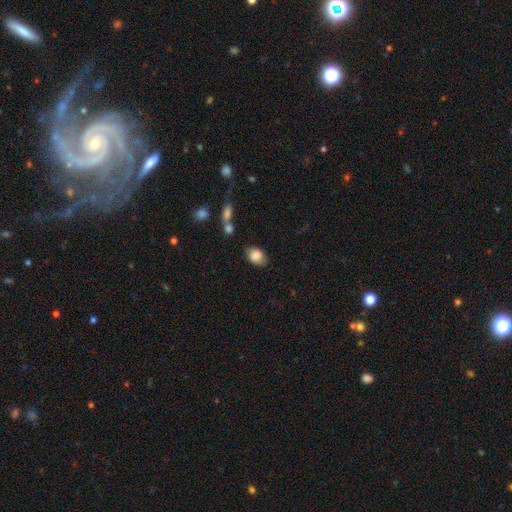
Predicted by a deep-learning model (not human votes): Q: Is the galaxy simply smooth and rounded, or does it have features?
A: smooth — 85%.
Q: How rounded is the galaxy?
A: in between — 79%.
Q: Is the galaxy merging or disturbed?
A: none — 73%.